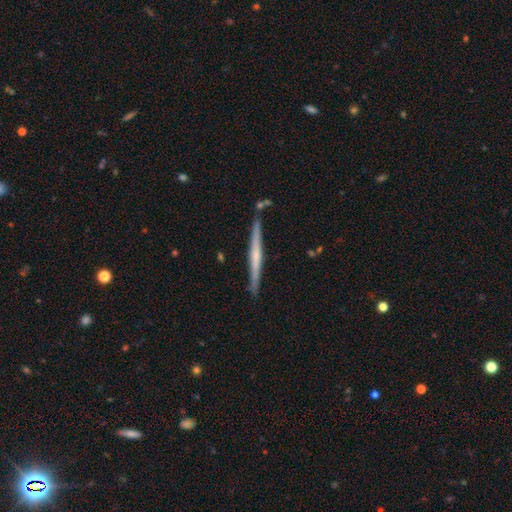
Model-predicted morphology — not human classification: This is likely a featured or disk galaxy (61%). It is clearly viewed edge-on (98%). Edge-on bulge: possibly none (54%). Merging: clearly none (86%).